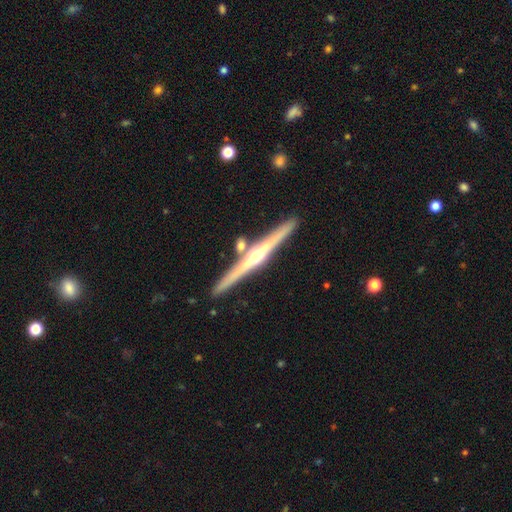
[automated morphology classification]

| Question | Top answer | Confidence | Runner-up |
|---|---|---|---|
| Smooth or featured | featured or disk | 81% | smooth (14%) |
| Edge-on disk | yes | 98% | no (2%) |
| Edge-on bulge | rounded | 90% | none (6%) |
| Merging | none | 87% | minor disturbance (7%) |